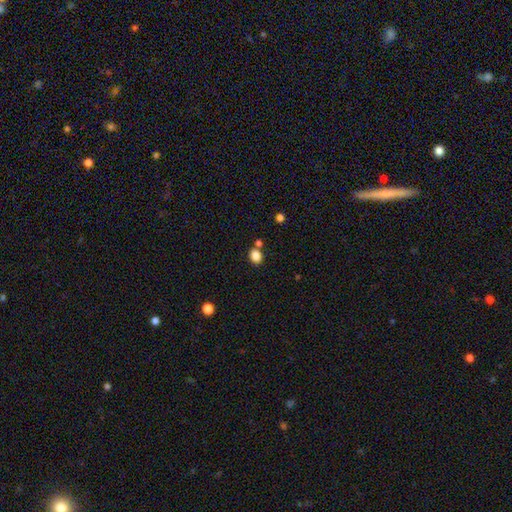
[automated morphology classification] Smooth or featured: smooth — 85% (star or artifact — 11%)
How rounded: round — 51% (in between — 49%)
Merging: none — 74% (merger — 13%)